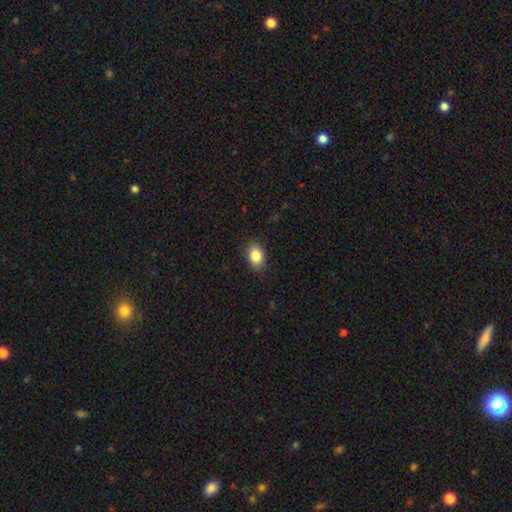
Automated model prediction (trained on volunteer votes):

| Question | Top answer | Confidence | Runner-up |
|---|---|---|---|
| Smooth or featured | smooth | 86% | star or artifact (8%) |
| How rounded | in between | 78% | round (20%) |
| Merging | none | 87% | minor disturbance (10%) |